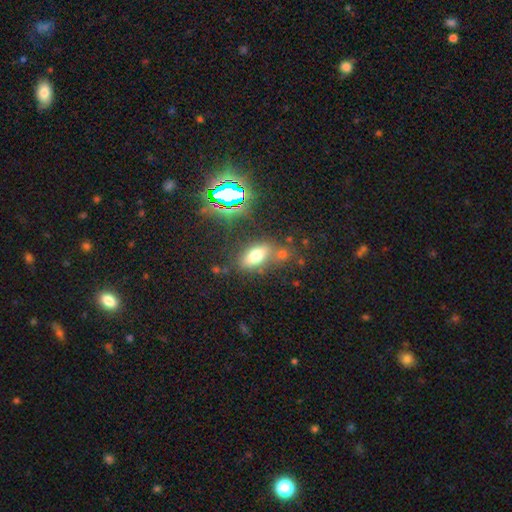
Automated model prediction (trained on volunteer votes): Smooth or featured?
  - smooth: 64% *
  - star or artifact: 19%
  - featured or disk: 17%
How rounded?
  - in between: 80% *
  - cigar-shaped: 11%
  - round: 9%
Merging?
  - none: 67% *
  - minor disturbance: 14%
  - merger: 13%
  - major disturbance: 6%